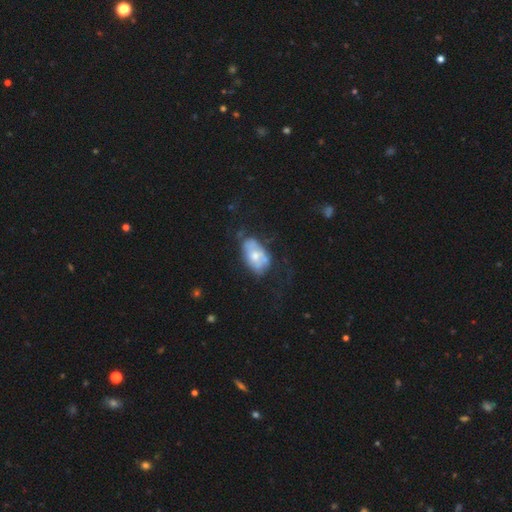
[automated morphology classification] smooth-or-featured: featured or disk: 49% | smooth: 44% | star or artifact: 7%
  merging: none: 44% | minor disturbance: 29% | major disturbance: 20% | merger: 6%